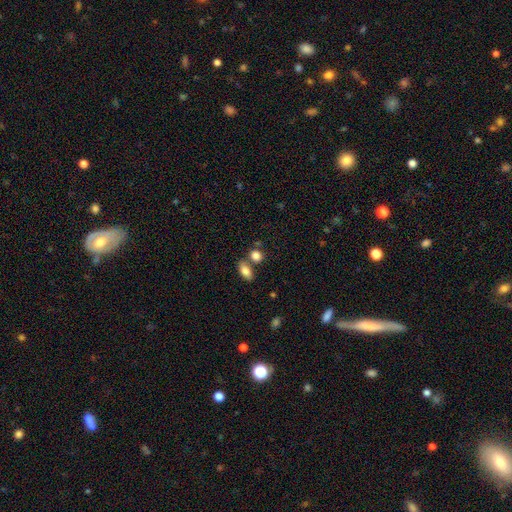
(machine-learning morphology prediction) smooth_or_featured: smooth (p=0.83) [alt: star or artifact p=0.10]
how_rounded: in between (p=0.52) [alt: round p=0.45]
merging: none (p=0.57) [alt: merger p=0.28]